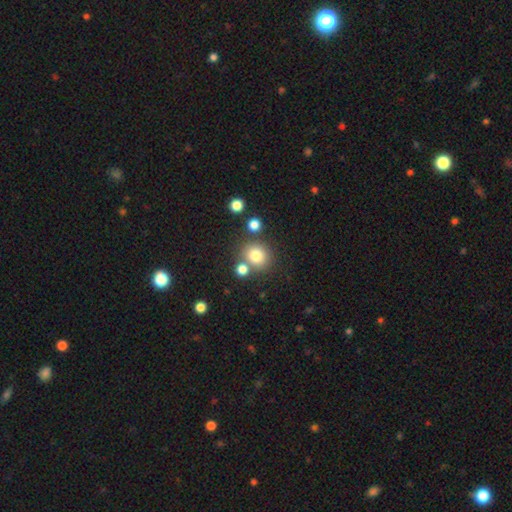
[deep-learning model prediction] Overall: smooth (78%). How rounded: round (83%). Merging: none (70%).